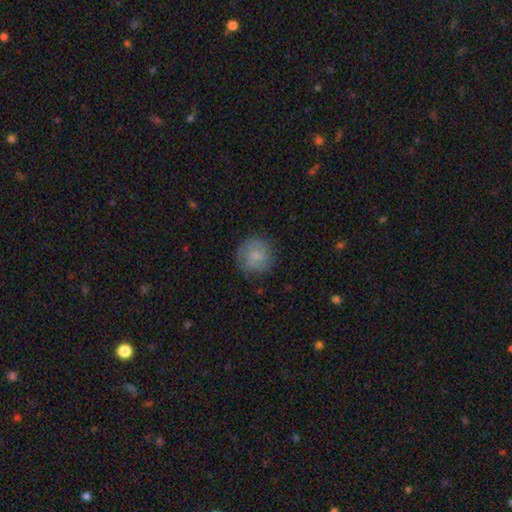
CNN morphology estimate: Smooth or featured? Predicted: smooth (p=0.56). How rounded? Predicted: round (p=0.91). Merging? Predicted: none (p=0.78).